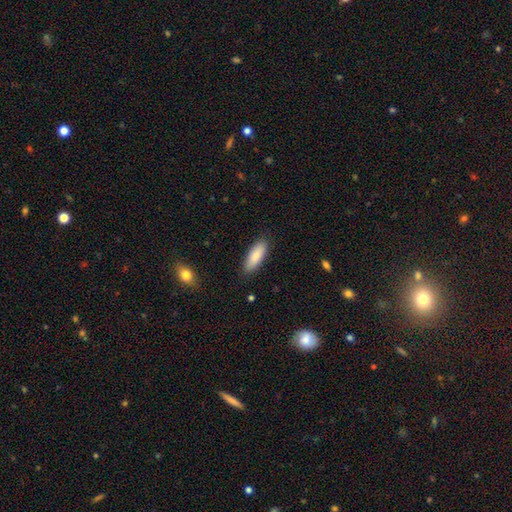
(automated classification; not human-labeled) Smooth or featured? Predicted: smooth (p=0.87). How rounded? Predicted: in between (p=0.66). Merging? Predicted: none (p=0.87).